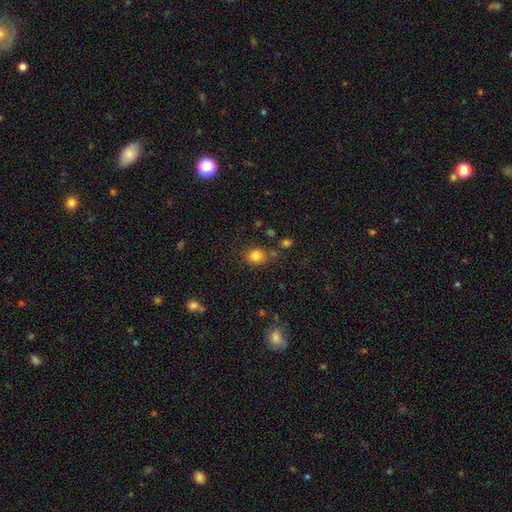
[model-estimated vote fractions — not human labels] Smooth or featured: smooth — 83% (star or artifact — 12%)
How rounded: round — 70% (in between — 29%)
Merging: none — 72% (minor disturbance — 15%)